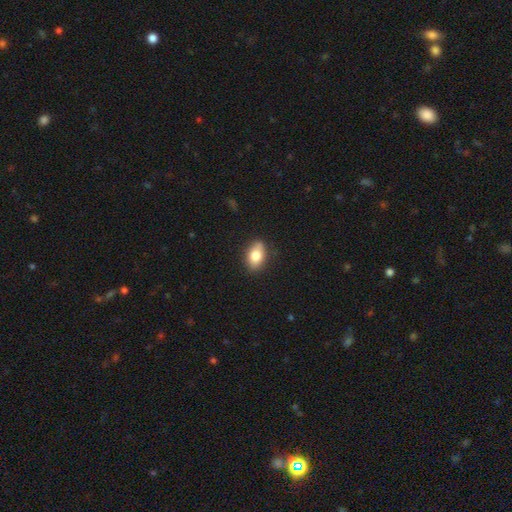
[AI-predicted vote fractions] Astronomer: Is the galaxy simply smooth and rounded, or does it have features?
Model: smooth — 80%.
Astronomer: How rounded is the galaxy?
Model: in between — 86%.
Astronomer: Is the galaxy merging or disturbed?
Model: none — 82%.